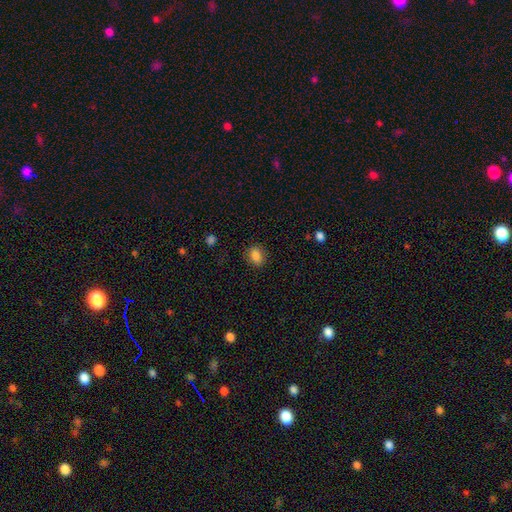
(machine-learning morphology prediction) This appears to be a smooth galaxy with no disk features (85%) that is in between round and cigar-shaped (60%). Merging: none (85%).